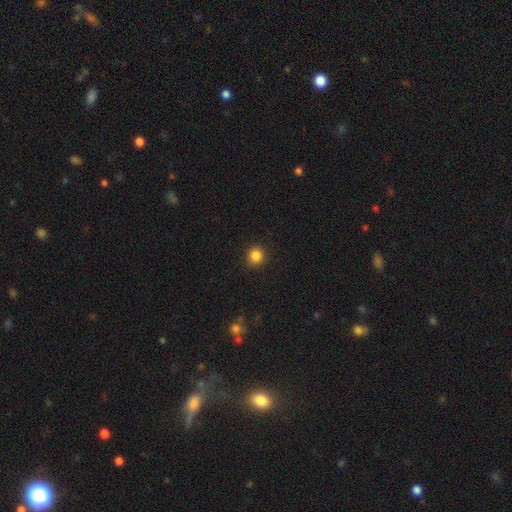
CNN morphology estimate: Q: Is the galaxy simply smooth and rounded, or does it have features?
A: smooth — 86%.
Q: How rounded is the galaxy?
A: round — 90%.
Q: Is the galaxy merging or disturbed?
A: none — 91%.